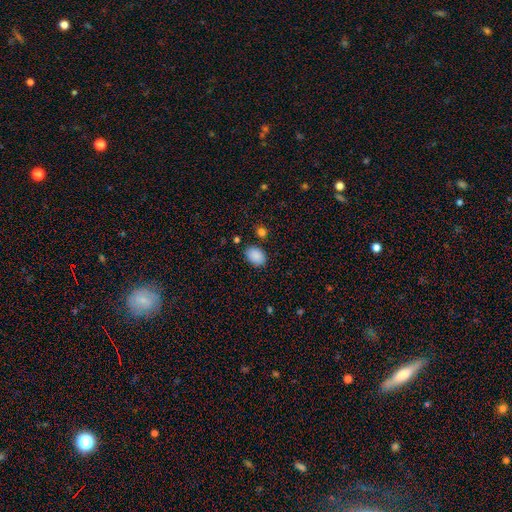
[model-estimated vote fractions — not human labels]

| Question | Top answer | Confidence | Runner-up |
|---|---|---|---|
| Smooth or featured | smooth | 89% | star or artifact (8%) |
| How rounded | in between | 79% | round (20%) |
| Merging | none | 82% | minor disturbance (12%) |